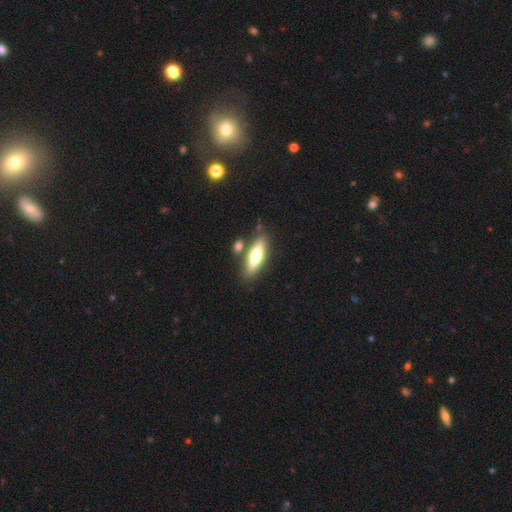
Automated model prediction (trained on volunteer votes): Morphology: type=smooth (54%); roundness=cigar-shaped (65%); merging=none (76%).